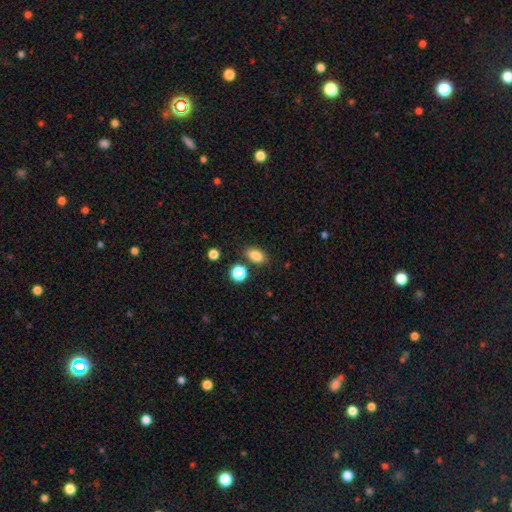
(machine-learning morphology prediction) smooth_or_featured: smooth (p=0.84) [alt: star or artifact p=0.10]
how_rounded: in between (p=0.83) [alt: round p=0.15]
merging: none (p=0.80) [alt: minor disturbance p=0.11]